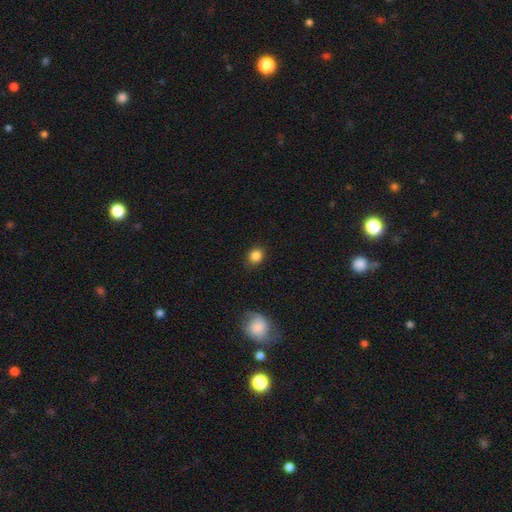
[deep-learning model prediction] Smooth or featured: smooth — 85% (star or artifact — 10%)
How rounded: round — 70% (in between — 29%)
Merging: none — 85% (minor disturbance — 11%)